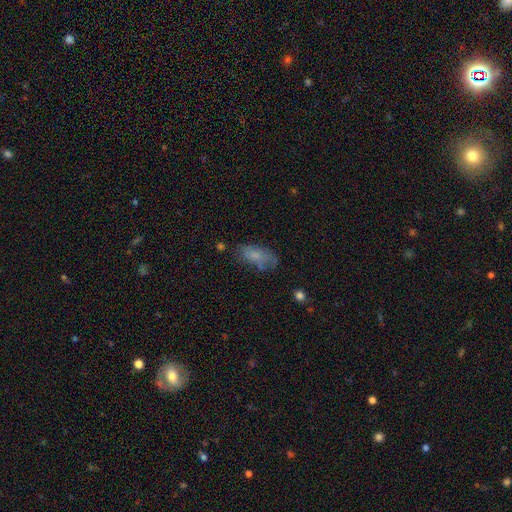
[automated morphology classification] smooth 72%, featured or disk 19%, star or artifact 9%. Down the decision tree: how rounded — in between (87%); merging — none (56%).